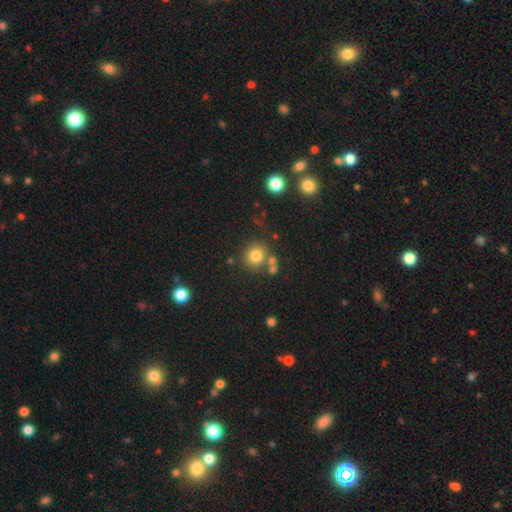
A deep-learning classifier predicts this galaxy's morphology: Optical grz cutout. It shows a smooth galaxy with no disk features (78%) that is round (89%). Merging: none (70%).